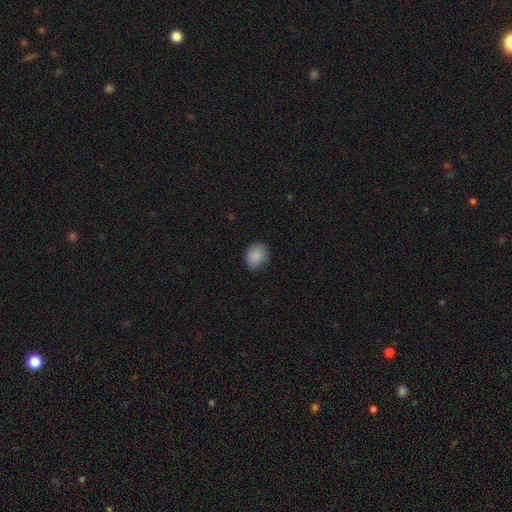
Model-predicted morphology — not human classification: smooth_or_featured: smooth (p=0.88) [alt: star or artifact p=0.08]
how_rounded: in between (p=0.56) [alt: round p=0.43]
merging: none (p=0.78) [alt: minor disturbance p=0.18]